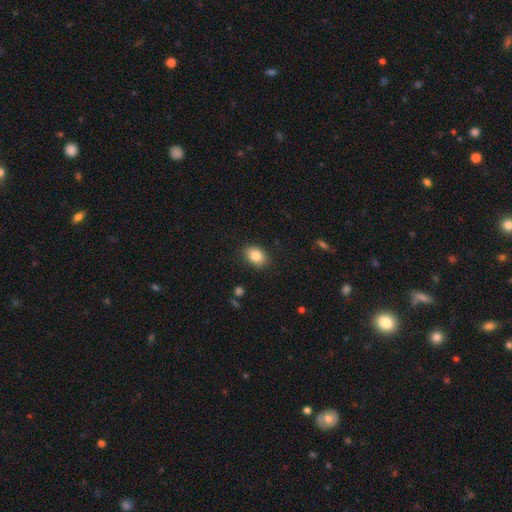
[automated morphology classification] type=smooth (84%); roundness=in between (75%); merging=none (87%).